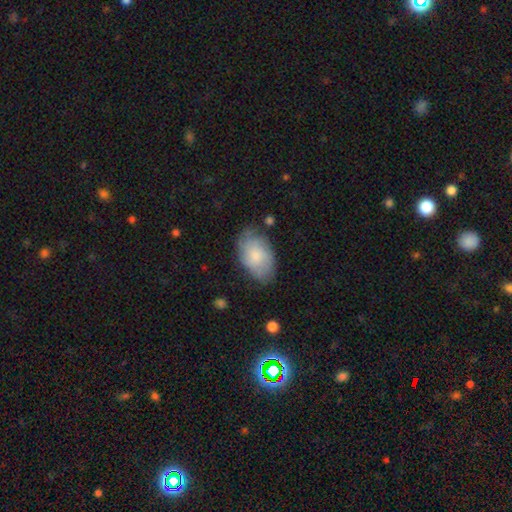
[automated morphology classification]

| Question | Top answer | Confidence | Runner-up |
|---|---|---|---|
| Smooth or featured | smooth | 66% | featured or disk (27%) |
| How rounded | in between | 90% | round (8%) |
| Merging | none | 67% | minor disturbance (24%) |